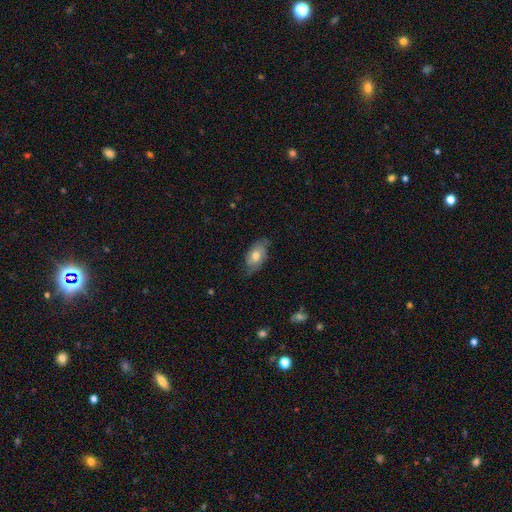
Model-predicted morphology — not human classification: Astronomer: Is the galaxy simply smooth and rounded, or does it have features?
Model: smooth — 50% (runner-up: featured or disk, 43%).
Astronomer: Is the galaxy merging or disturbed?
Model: none — 62%.